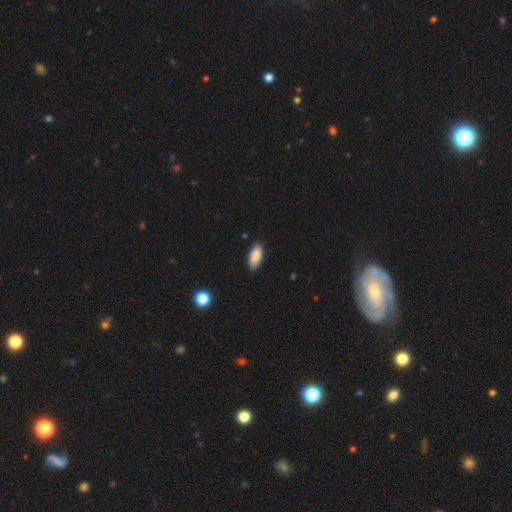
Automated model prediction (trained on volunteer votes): smooth_or_featured: smooth (p=0.88) [alt: star or artifact p=0.07]
how_rounded: in between (p=0.88) [alt: cigar-shaped p=0.10]
merging: none (p=0.85) [alt: minor disturbance p=0.12]